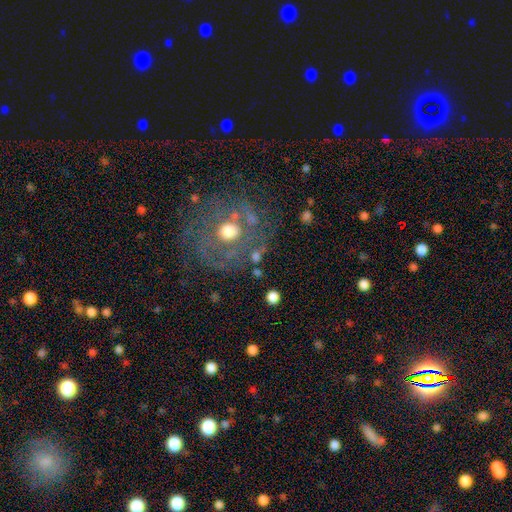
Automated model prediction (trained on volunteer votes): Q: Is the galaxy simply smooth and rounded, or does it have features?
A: smooth — 43%.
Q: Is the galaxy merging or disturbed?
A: none — 69%.